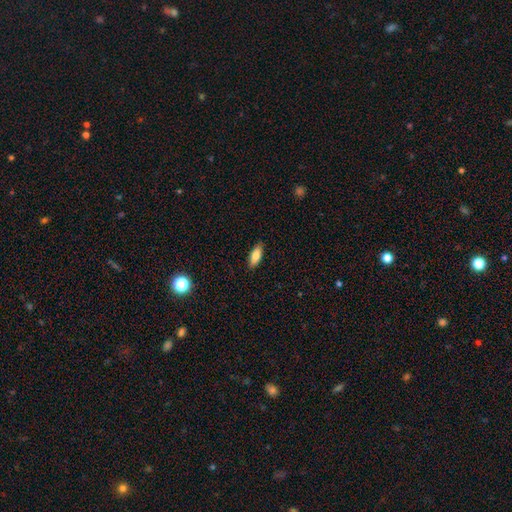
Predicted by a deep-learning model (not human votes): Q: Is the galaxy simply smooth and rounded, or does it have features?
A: smooth — 81%.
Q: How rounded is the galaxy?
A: in between — 75%.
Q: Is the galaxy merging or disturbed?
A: none — 88%.